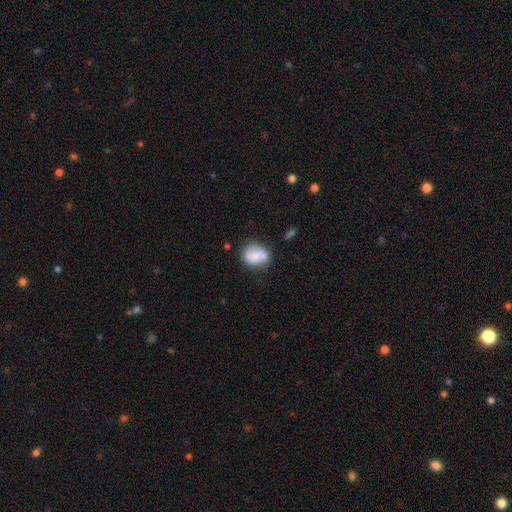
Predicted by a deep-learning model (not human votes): Smooth or featured? smooth (54%)
How rounded? in between (51%)
Merging? none (59%)